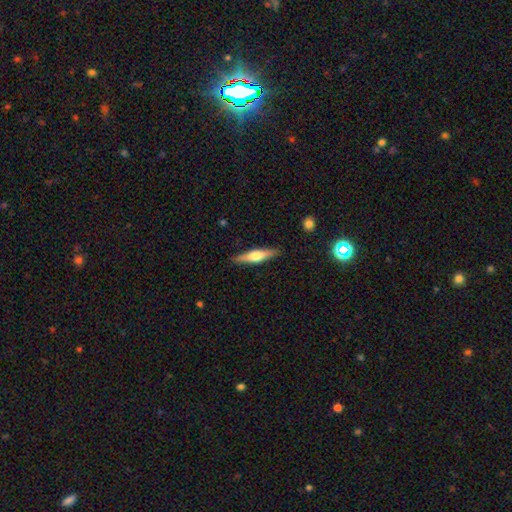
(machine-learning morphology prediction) smooth-or-featured: featured or disk: 53% | smooth: 41% | star or artifact: 6%
  disk-edge-on: yes: 95% | no: 5%
    edge-on-bulge: rounded: 86% | boxy: 10% | none: 5%
  merging: none: 89% | minor disturbance: 8% | major disturbance: 2% | merger: 1%